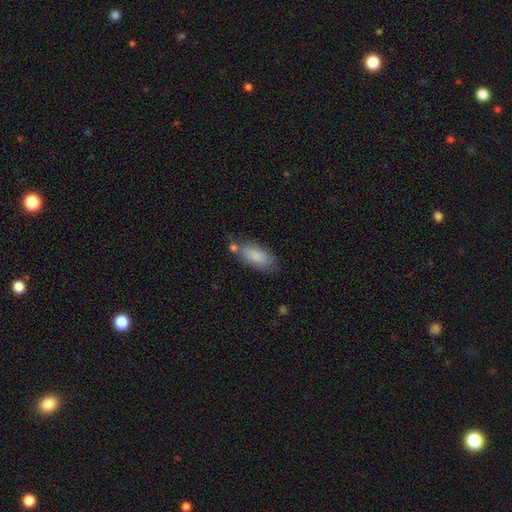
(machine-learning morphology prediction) Q: Smooth or featured?
A: smooth (85%); runner-up: featured or disk (9%)
Q: How rounded?
A: in between (84%); runner-up: cigar-shaped (14%)
Q: Merging?
A: none (66%); runner-up: minor disturbance (19%)